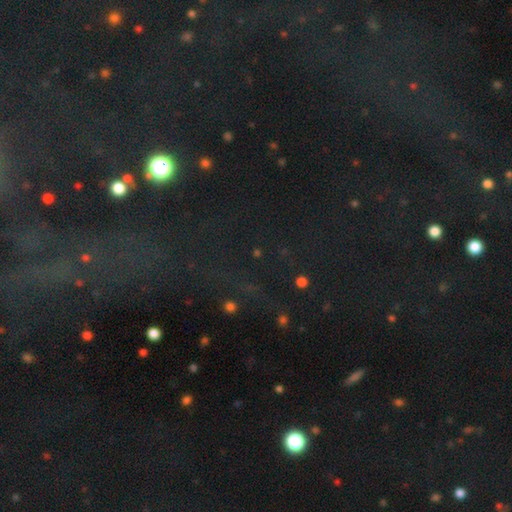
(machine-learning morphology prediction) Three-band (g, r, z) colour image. It shows a star or artifact, not a galaxy (76%).